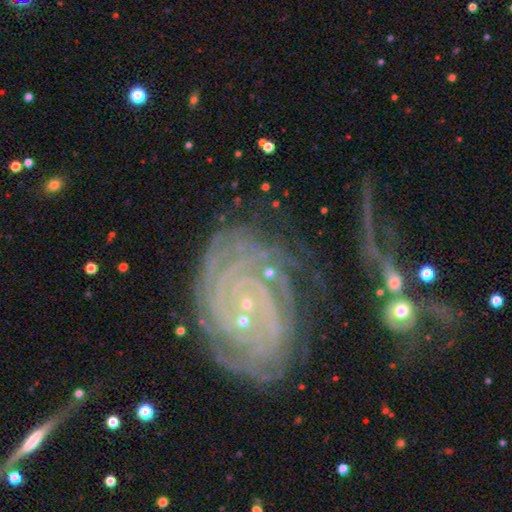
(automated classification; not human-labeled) The model was most divided on "spiral arm count": can't tell: 23%, 2: 18%, 4: 18%, 3: 17%, more than 4: 15%, 1: 9%. More confident: spiral arms — yes (97%); edge-on disk — no (96%); bulge size — small (86%); smooth or featured — featured or disk (86%); spiral winding — tight (82%); merging — none (69%); bar — no (62%).